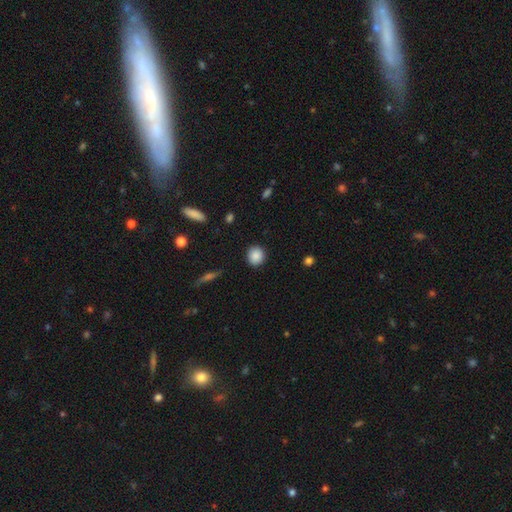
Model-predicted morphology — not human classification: smooth 87%, star or artifact 8%, featured or disk 4%. Down the decision tree: how rounded — round (85%); merging — none (91%).